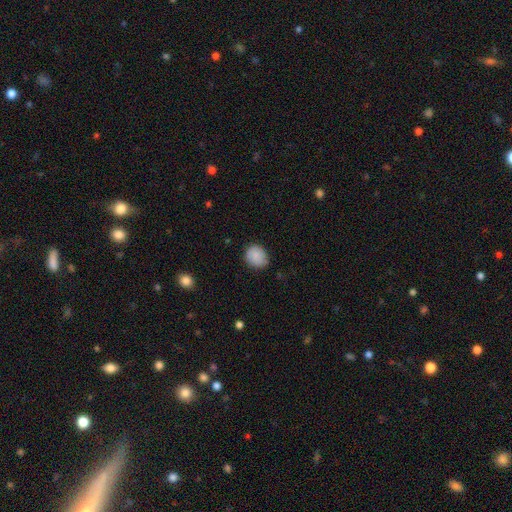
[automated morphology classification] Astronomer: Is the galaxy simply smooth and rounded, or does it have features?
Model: smooth — 86%.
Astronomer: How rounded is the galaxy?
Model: round — 75%.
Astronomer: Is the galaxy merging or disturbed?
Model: none — 76%.